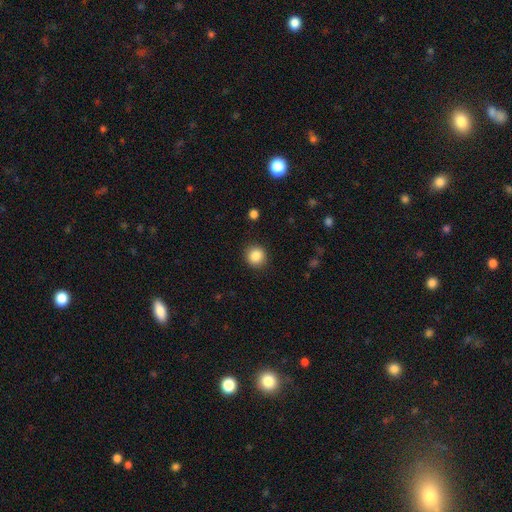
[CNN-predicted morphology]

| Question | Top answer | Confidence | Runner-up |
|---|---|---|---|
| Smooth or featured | smooth | 87% | star or artifact (9%) |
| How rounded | round | 89% | in between (10%) |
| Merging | none | 90% | minor disturbance (7%) |